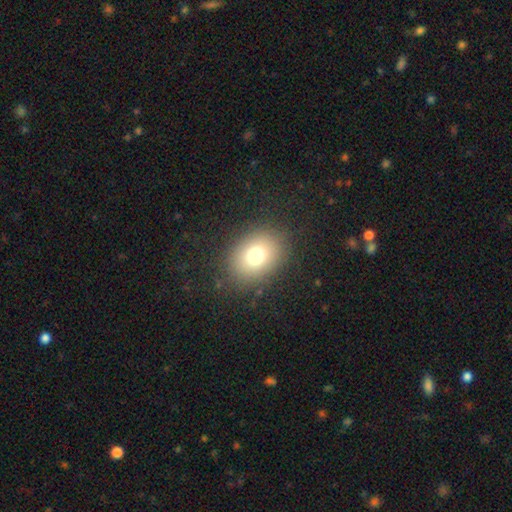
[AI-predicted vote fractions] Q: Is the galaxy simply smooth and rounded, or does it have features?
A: smooth — 75%.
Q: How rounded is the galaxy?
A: in between — 58%.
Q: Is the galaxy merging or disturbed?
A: none — 85%.